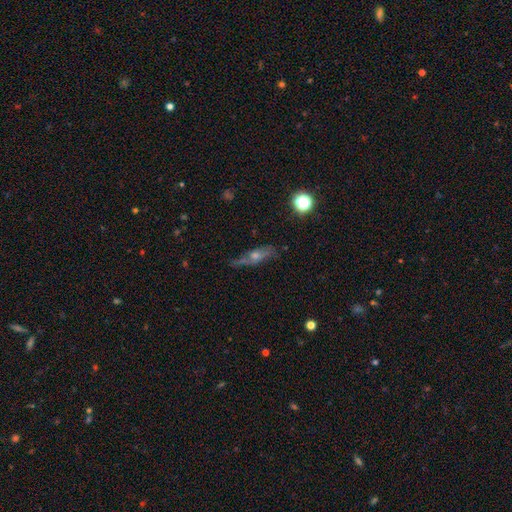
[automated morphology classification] Smooth or featured: featured or disk — 53% (smooth — 32%)
Edge-on disk: yes — 63% (no — 37%)
Merging: none — 68% (minor disturbance — 21%)